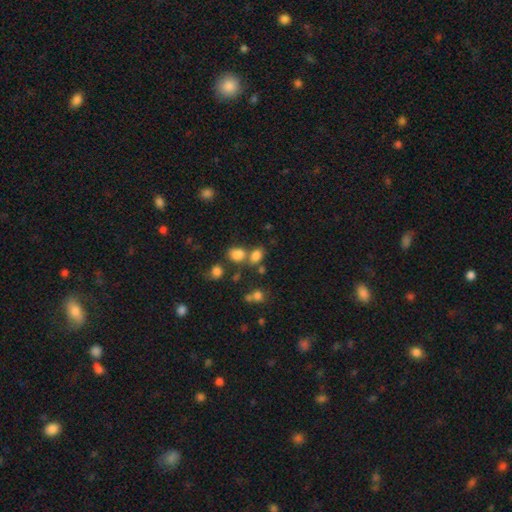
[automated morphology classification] This appears to be a smooth galaxy with no disk features (77%) that is in between round and cigar-shaped (72%). Merging: none (50%).